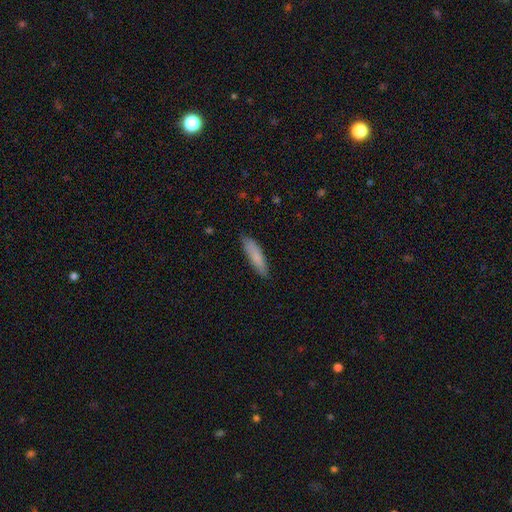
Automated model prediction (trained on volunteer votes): smooth-or-featured: smooth: 82% | featured or disk: 12% | star or artifact: 6%
  how-rounded: cigar-shaped: 75% | in between: 24% | round: 1%
  merging: none: 84% | minor disturbance: 12% | major disturbance: 2% | merger: 1%